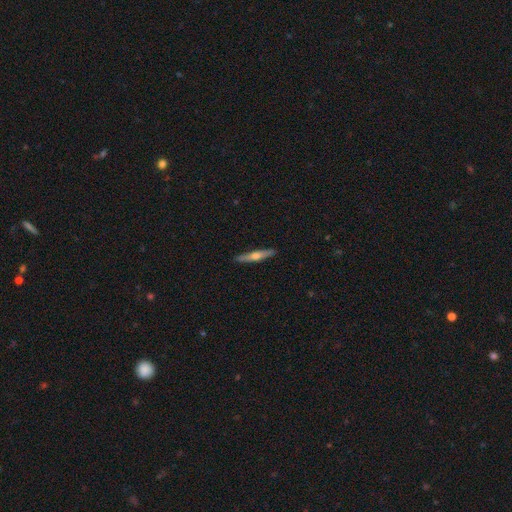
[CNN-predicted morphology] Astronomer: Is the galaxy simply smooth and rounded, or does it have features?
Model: featured or disk — 57% (runner-up: smooth, 38%).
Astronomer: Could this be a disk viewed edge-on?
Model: yes — 96%.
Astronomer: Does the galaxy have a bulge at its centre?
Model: rounded — 88%.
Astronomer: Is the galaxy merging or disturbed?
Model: none — 92%.